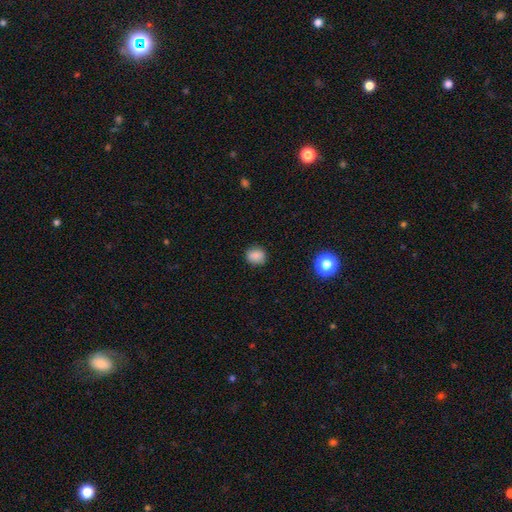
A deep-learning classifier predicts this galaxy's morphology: smooth_or_featured: smooth (p=0.85) [alt: star or artifact p=0.11]
how_rounded: round (p=0.69) [alt: in between p=0.30]
merging: none (p=0.86) [alt: minor disturbance p=0.11]